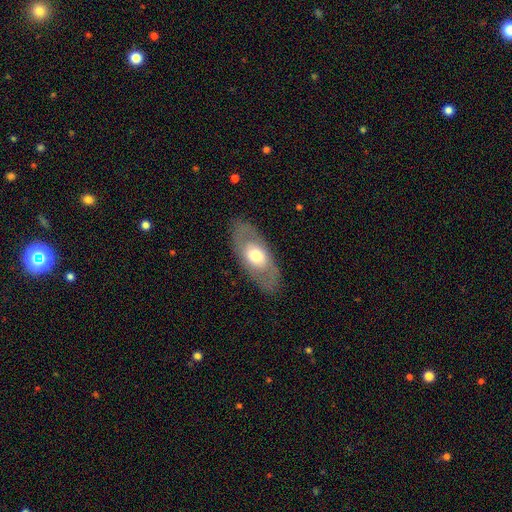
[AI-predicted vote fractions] Smooth or featured?
  - featured or disk: 48% *
  - smooth: 47%
  - star or artifact: 6%
Merging?
  - none: 82% *
  - minor disturbance: 12%
  - major disturbance: 5%
  - merger: 1%